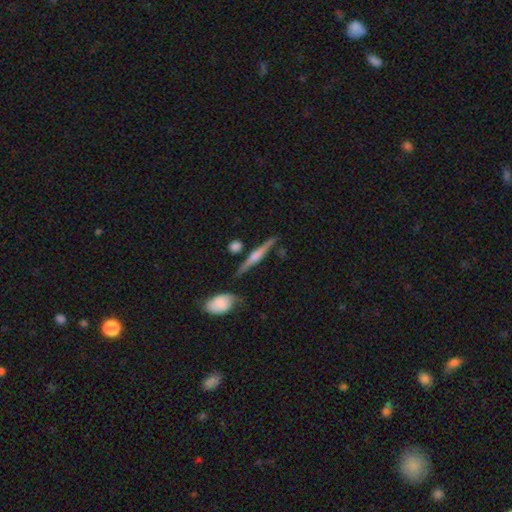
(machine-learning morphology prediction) Q: Smooth or featured?
A: featured or disk (70%); runner-up: smooth (23%)
Q: Edge-on disk?
A: yes (97%); runner-up: no (3%)
Q: Edge-on bulge?
A: rounded (73%); runner-up: boxy (16%)
Q: Merging?
A: none (81%); runner-up: minor disturbance (11%)